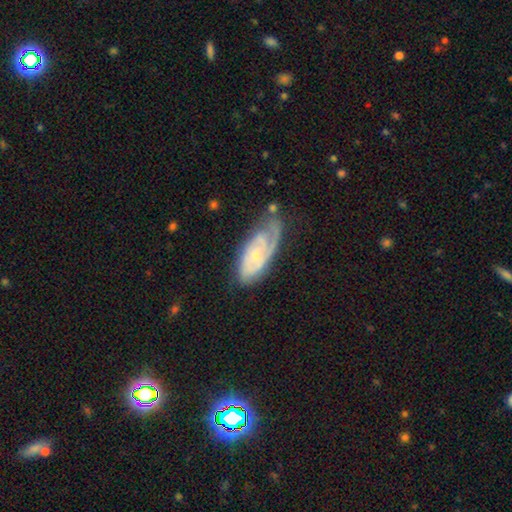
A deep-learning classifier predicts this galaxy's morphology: The model was most divided on "spiral arm count": 2: 42%, can't tell: 24%, 1: 21%, 3: 9%, 4: 2%, more than 4: 2%. More confident: edge-on disk — no (93%); spiral arms — yes (93%); smooth or featured — featured or disk (78%); bar — no (71%); spiral winding — tight (63%); bulge size — small (63%); merging — none (57%).